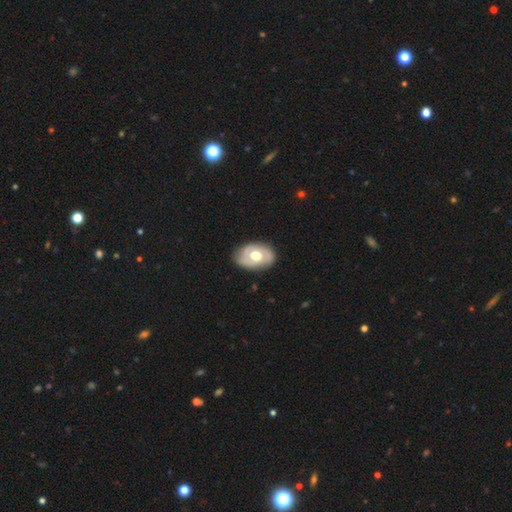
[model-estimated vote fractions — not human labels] Smooth or featured? featured or disk (57%)
Edge-on disk? no (93%)
Bar? no (82%)
Spiral arms? no (60%)
Bulge size? moderate (61%)
Merging? none (76%)